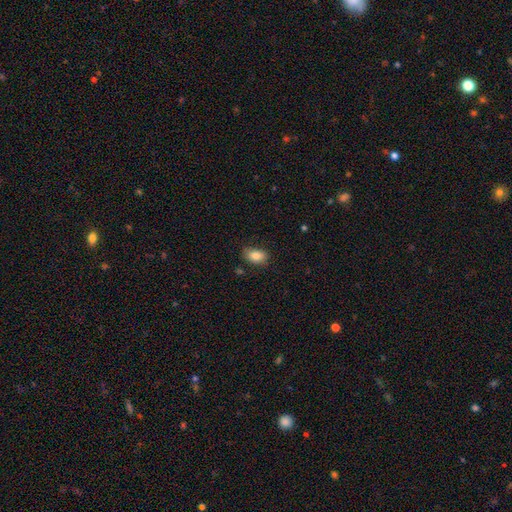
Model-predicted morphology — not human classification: A smooth galaxy with no disk features (85%) that is in between round and cigar-shaped (87%).

Vote fractions:
- Smooth or featured? smooth: 85% / star or artifact: 8% / featured or disk: 7%
- How rounded? in between: 87% / round: 11% / cigar-shaped: 2%
- Merging? none: 79% / minor disturbance: 16% / major disturbance: 3% / merger: 2%